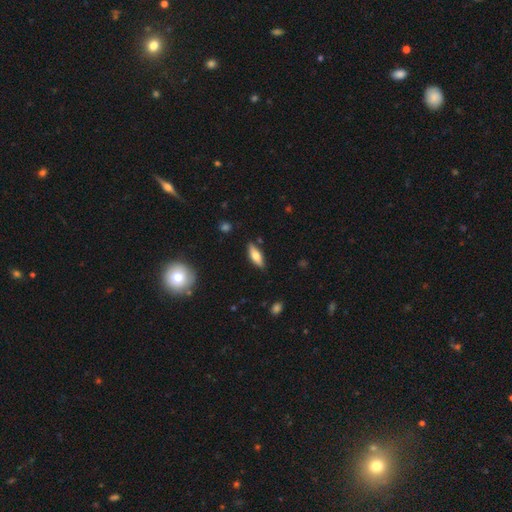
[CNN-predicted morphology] Q: Smooth or featured?
A: smooth (61%); runner-up: featured or disk (32%)
Q: How rounded?
A: in between (62%); runner-up: cigar-shaped (36%)
Q: Merging?
A: none (86%); runner-up: minor disturbance (11%)